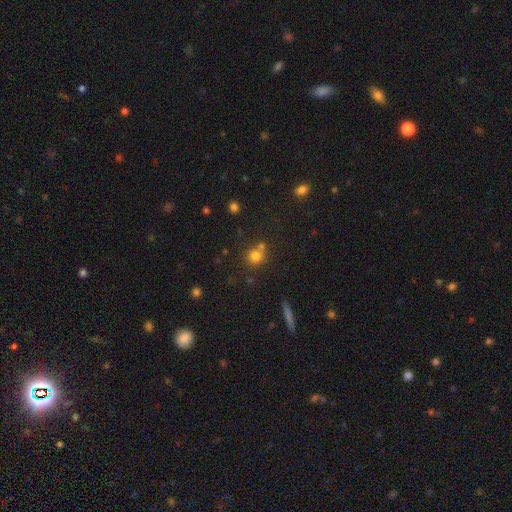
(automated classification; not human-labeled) Smooth or featured? smooth (77%)
How rounded? round (89%)
Merging? none (59%)